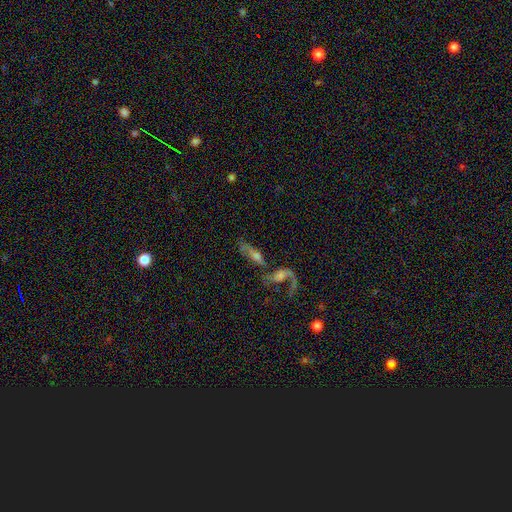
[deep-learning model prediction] Smooth or featured: featured or disk — 53% (smooth — 35%)
Edge-on disk: no — 70% (yes — 30%)
Merging: merger — 49% (none — 24%)